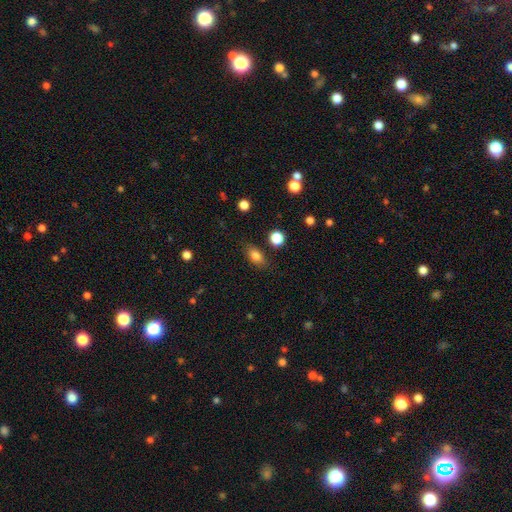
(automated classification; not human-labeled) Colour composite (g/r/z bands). It shows a smooth galaxy with no disk features (82%) that is in between round and cigar-shaped (80%). Merging: none (81%).